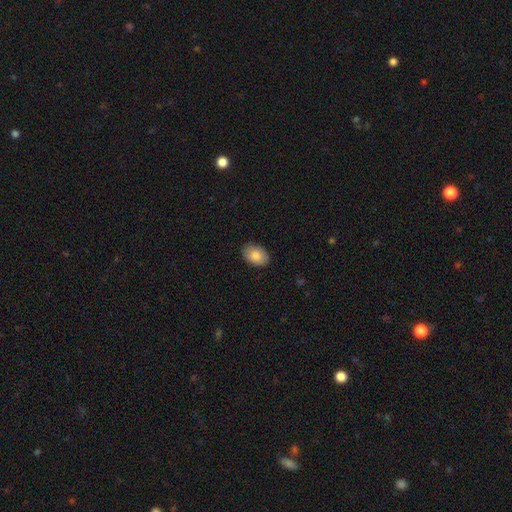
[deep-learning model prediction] A smooth galaxy with no disk features (85%) that is in between round and cigar-shaped (83%). Merging: none (87%).